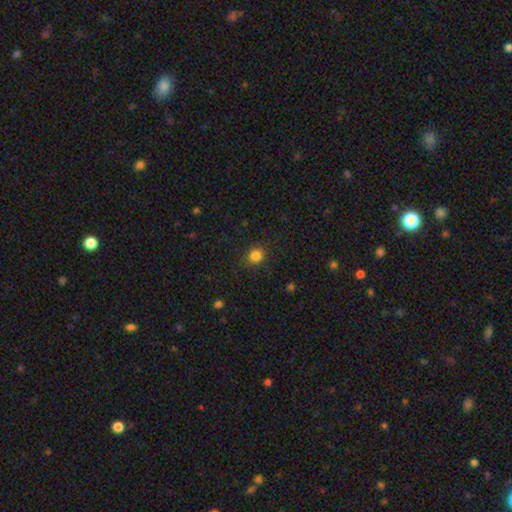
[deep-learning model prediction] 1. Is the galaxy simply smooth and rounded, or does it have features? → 84% smooth, 12% star or artifact, 4% featured or disk.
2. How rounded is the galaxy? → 75% round, 24% in between, 1% cigar-shaped.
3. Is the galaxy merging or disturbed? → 86% none, 9% minor disturbance, 3% major disturbance, 1% merger.